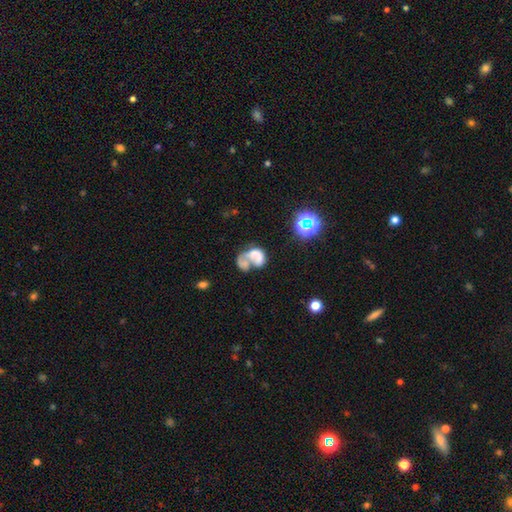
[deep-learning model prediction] smooth_or_featured: featured or disk (p=0.50) [alt: smooth p=0.36]
disk_edge_on: no (p=0.98) [alt: yes p=0.02]
merging: merger (p=0.39) [alt: major disturbance p=0.29]